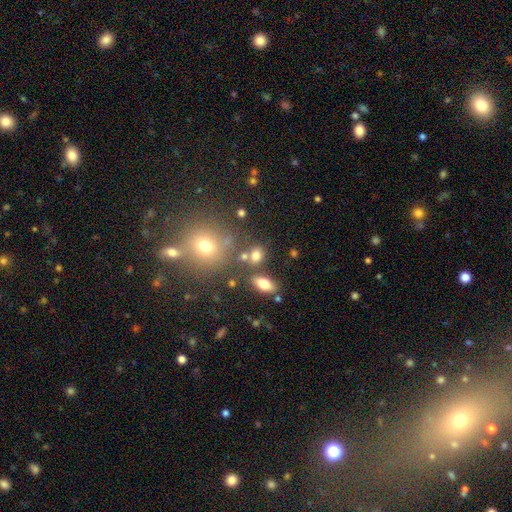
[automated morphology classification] smooth 73%, star or artifact 15%, featured or disk 11%. Down the decision tree: how rounded — in between (55%); merging — none (66%).